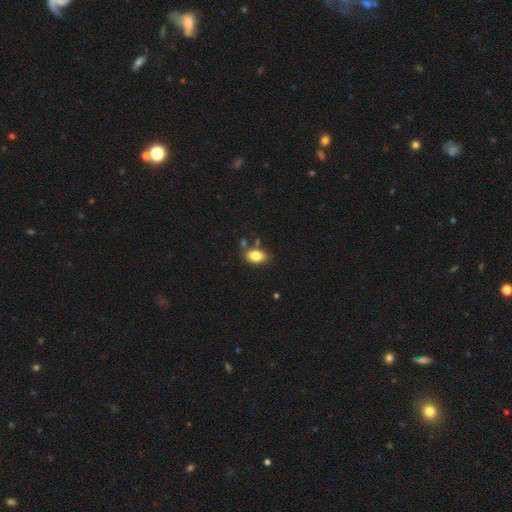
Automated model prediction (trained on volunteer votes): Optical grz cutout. It shows a smooth galaxy with no disk features (82%) that is in between round and cigar-shaped (87%). Merging: none (73%).